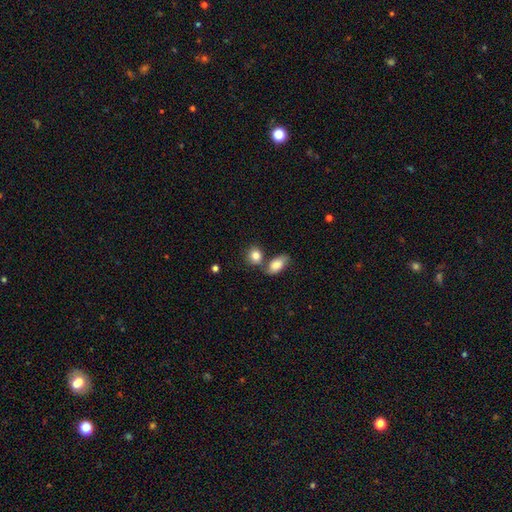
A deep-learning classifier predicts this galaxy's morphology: A smooth galaxy with no disk features (83%) that is round (57%).

Vote fractions:
- Smooth or featured? smooth: 83% / featured or disk: 9% / star or artifact: 8%
- How rounded? round: 57% / in between: 41% / cigar-shaped: 2%
- Merging? none: 57% / merger: 27% / minor disturbance: 12% / major disturbance: 4%